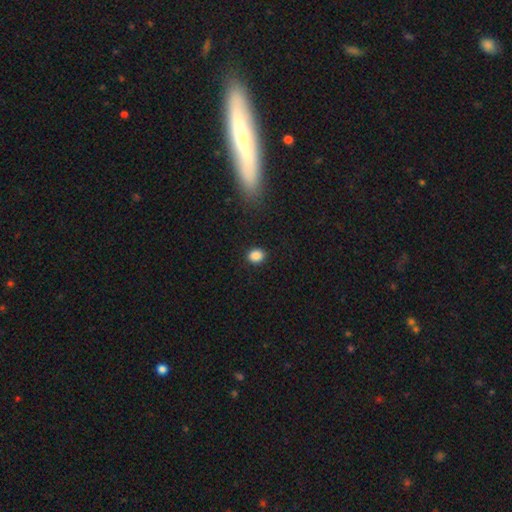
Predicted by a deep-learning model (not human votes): This is clearly a smooth galaxy (87%). How rounded: possibly round (57%). Merging: clearly none (89%).